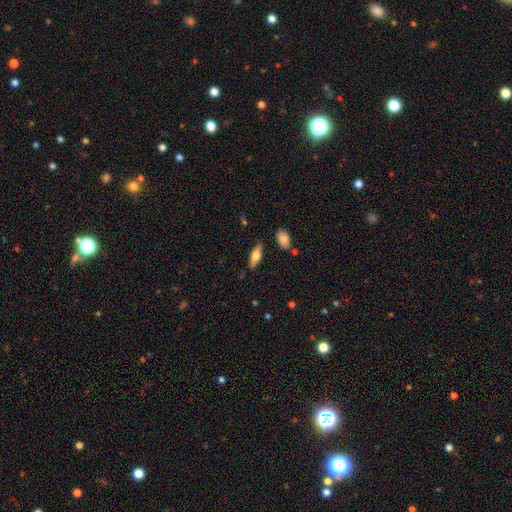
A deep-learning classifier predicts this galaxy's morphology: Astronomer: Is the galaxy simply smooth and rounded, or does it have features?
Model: smooth — 56% (runner-up: featured or disk, 37%).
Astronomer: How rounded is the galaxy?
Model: in between — 60% (runner-up: cigar-shaped, 38%).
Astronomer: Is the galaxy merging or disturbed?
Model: none — 84%.